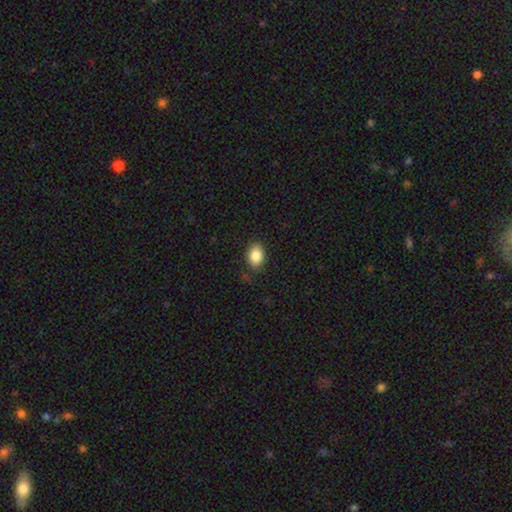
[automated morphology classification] type=smooth (86%); roundness=in between (79%); merging=none (83%).